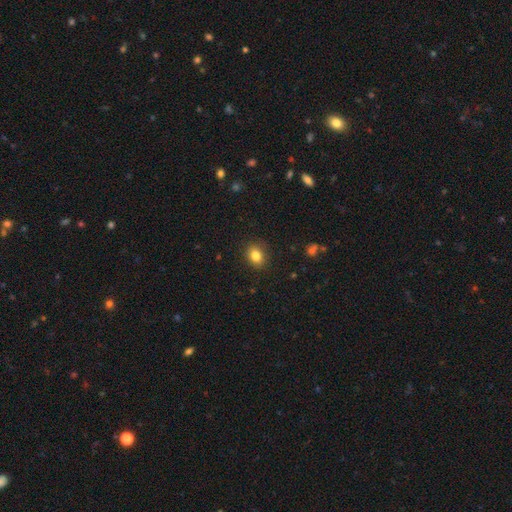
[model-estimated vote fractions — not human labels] smooth-or-featured: smooth: 83% | star or artifact: 10% | featured or disk: 7%
  how-rounded: in between: 54% | round: 45% | cigar-shaped: 1%
  merging: none: 88% | minor disturbance: 9% | major disturbance: 2% | merger: 1%